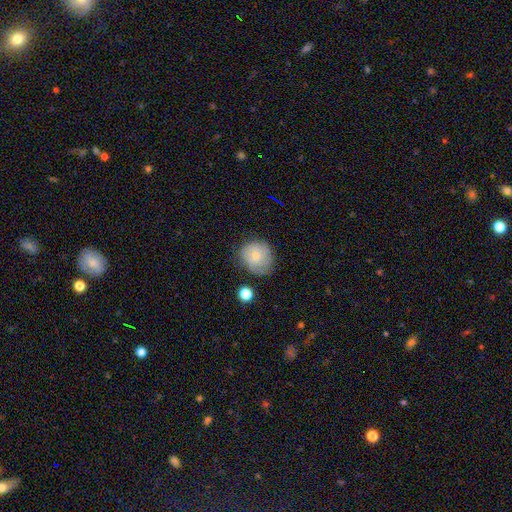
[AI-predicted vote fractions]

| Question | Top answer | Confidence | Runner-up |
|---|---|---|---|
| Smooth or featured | smooth | 70% | featured or disk (21%) |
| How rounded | round | 82% | in between (17%) |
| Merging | none | 63% | minor disturbance (26%) |